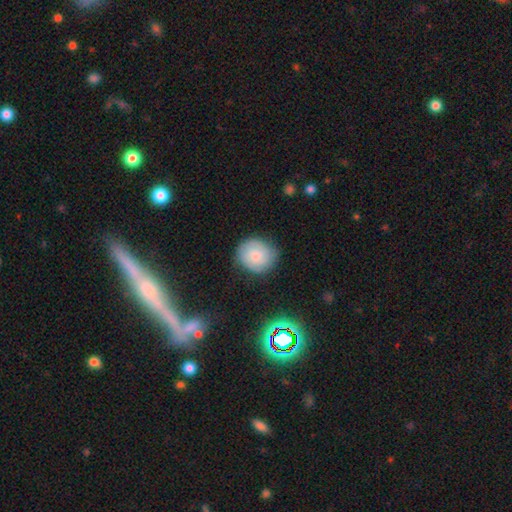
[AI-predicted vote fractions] Q: Smooth or featured?
A: smooth (62%); runner-up: featured or disk (30%)
Q: How rounded?
A: round (81%); runner-up: in between (18%)
Q: Merging?
A: none (77%); runner-up: minor disturbance (17%)